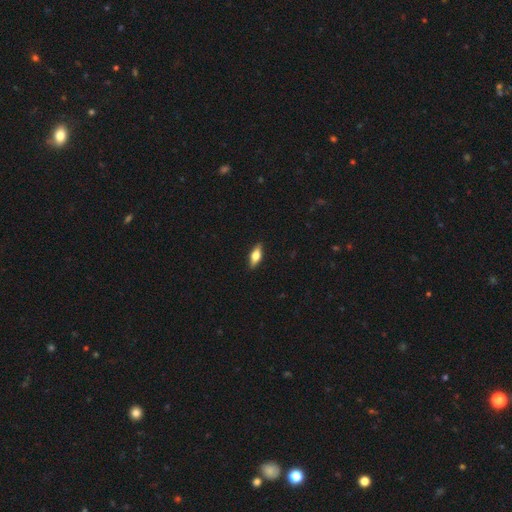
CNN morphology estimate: Smooth or featured? smooth (60%)
How rounded? in between (67%)
Merging? none (89%)